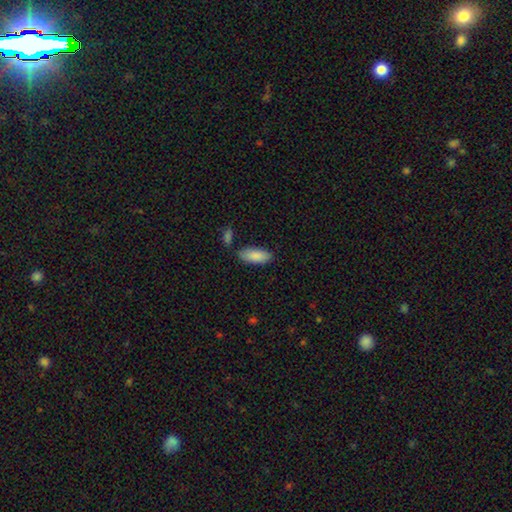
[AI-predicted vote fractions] This appears to be a smooth galaxy with no disk features (88%) that is in between round and cigar-shaped (86%). Merging: none (79%).